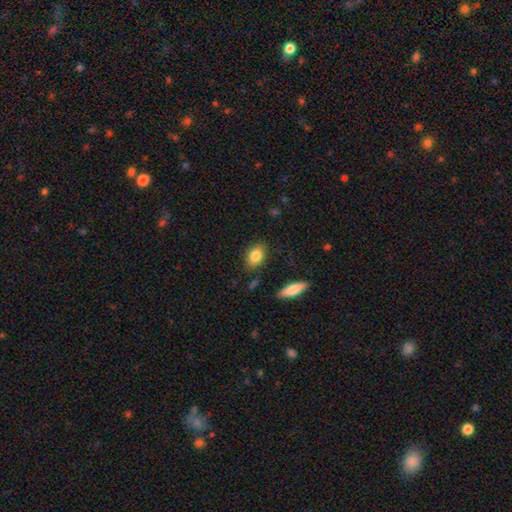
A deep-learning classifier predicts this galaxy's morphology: Overall: smooth (84%). How rounded: in between (77%). Merging: none (80%).